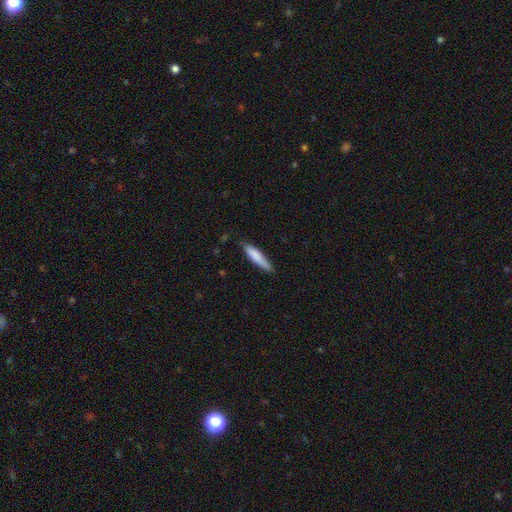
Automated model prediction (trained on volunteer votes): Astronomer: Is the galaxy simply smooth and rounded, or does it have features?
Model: smooth — 82%.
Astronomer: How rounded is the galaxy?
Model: cigar-shaped — 81%.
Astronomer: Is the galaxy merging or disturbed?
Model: none — 74%.